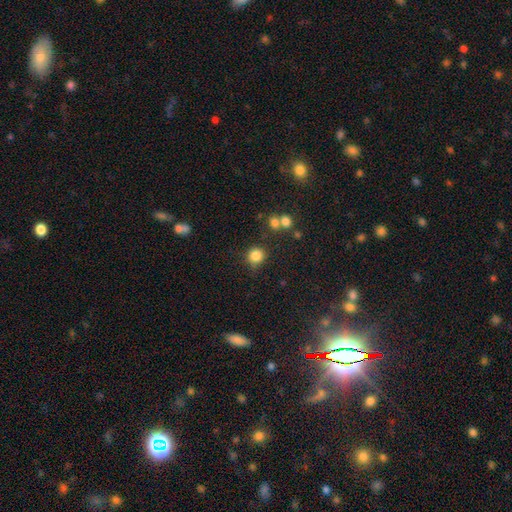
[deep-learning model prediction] A smooth galaxy with no disk features (84%) that is round (91%).

Vote fractions:
- Smooth or featured? smooth: 84% / star or artifact: 11% / featured or disk: 5%
- How rounded? round: 91% / in between: 8% / cigar-shaped: 1%
- Merging? none: 77% / minor disturbance: 12% / merger: 6% / major disturbance: 4%